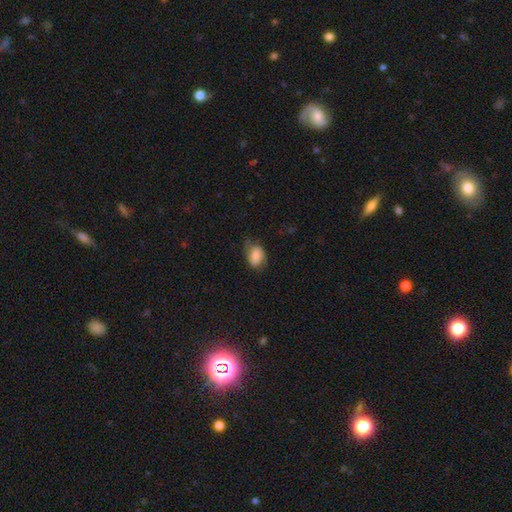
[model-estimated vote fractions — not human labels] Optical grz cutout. It shows a smooth galaxy with no disk features (76%) that is in between round and cigar-shaped (78%). Merging: none (56%).